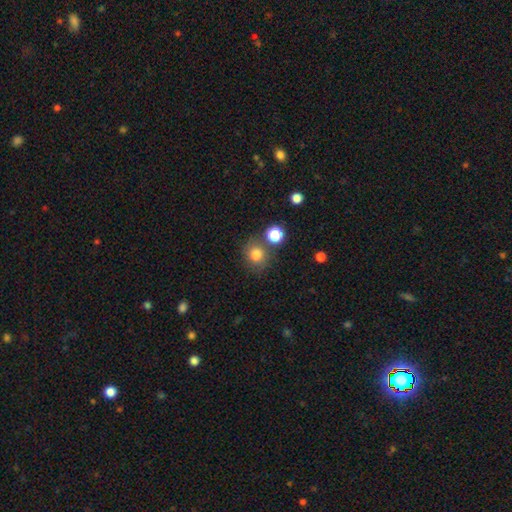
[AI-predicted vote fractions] The model was most divided on "merging": none: 73%, merger: 13%, minor disturbance: 10%, major disturbance: 4%. More confident: how rounded — round (85%); smooth or featured — smooth (79%).